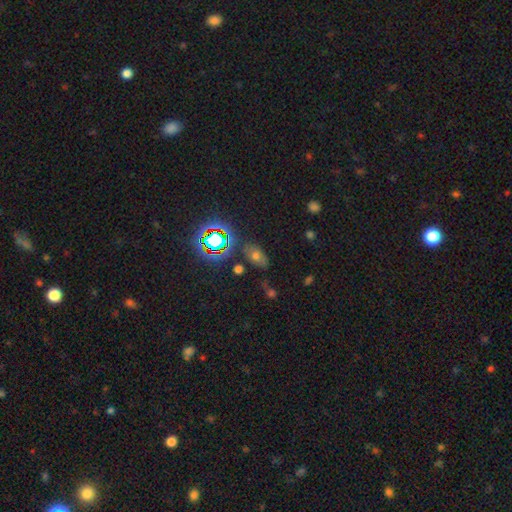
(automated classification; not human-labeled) A smooth galaxy with no disk features (53%) that is in between round and cigar-shaped (86%).

Vote fractions:
- Smooth or featured? smooth: 53% / star or artifact: 31% / featured or disk: 16%
- How rounded? in between: 86% / round: 10% / cigar-shaped: 4%
- Merging? none: 73% / minor disturbance: 17% / major disturbance: 6% / merger: 4%